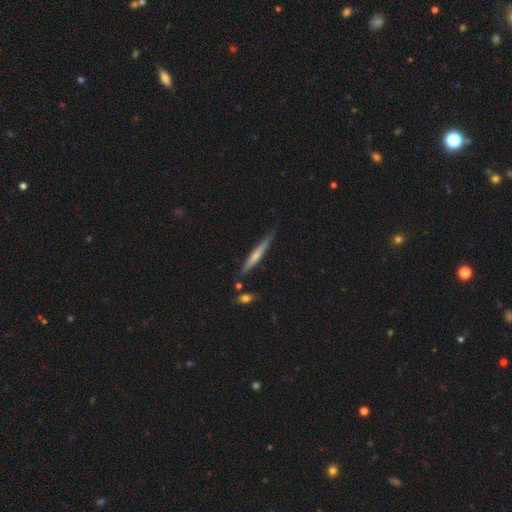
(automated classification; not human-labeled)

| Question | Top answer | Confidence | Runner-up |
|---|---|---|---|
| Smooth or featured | smooth | 48% | featured or disk (46%) |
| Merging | none | 78% | minor disturbance (16%) |